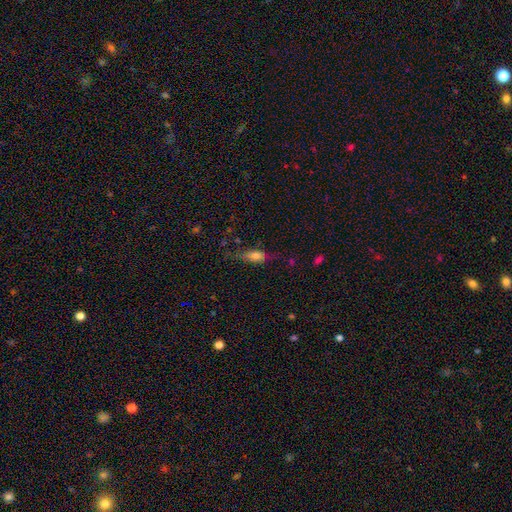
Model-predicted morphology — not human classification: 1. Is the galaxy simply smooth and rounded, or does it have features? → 62% smooth, 27% featured or disk, 10% star or artifact.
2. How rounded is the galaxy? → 66% in between, 29% cigar-shaped, 4% round.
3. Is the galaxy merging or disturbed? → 62% none, 25% minor disturbance, 11% major disturbance, 2% merger.